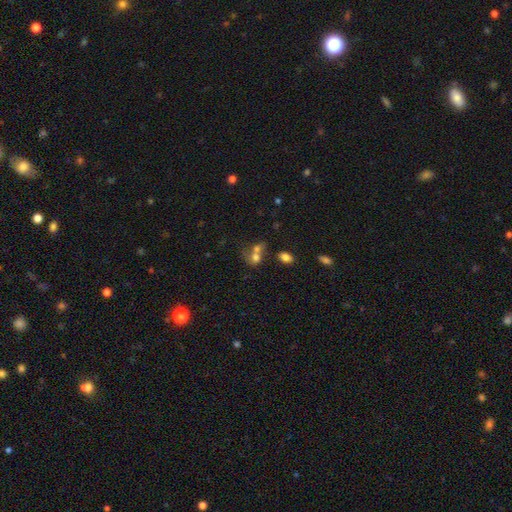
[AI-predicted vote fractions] Morphology: type=smooth (69%); roundness=round (50%); merging=merger (61%).